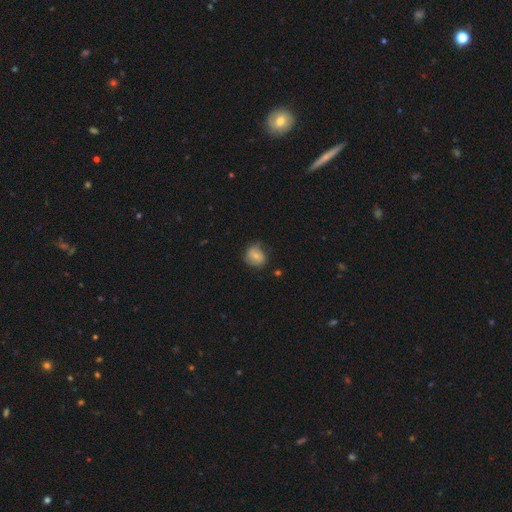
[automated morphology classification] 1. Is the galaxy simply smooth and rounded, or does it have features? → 62% smooth, 30% featured or disk, 9% star or artifact.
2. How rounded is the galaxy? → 70% round, 29% in between, 1% cigar-shaped.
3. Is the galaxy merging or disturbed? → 57% none, 31% minor disturbance, 10% major disturbance, 2% merger.